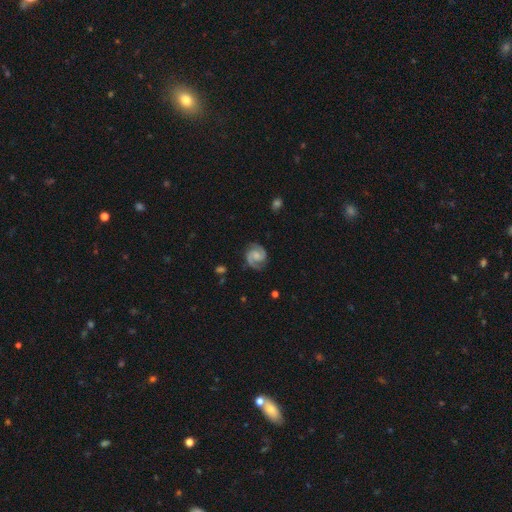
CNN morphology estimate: A featured or disk galaxy (87%) with no bar (53%), 2 (91%) medium (50%) spiral arms (98%) and a small central bulge (38%). Merging: none (80%).